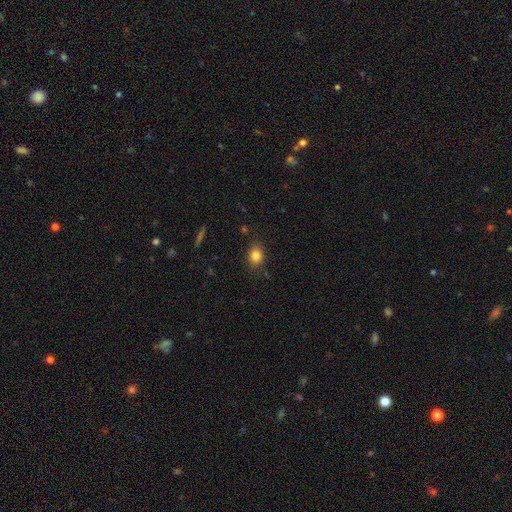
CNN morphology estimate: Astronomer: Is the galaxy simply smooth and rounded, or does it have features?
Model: smooth — 83%.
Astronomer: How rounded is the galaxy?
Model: in between — 53% (runner-up: round, 46%).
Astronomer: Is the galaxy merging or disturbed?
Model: none — 81%.